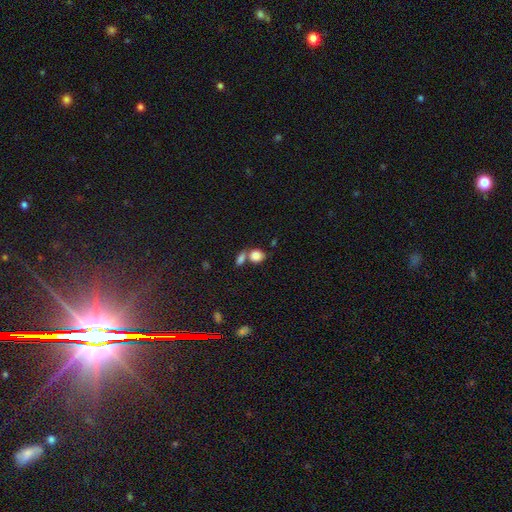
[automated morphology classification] Smooth or featured? Predicted: smooth (p=0.84). How rounded? Predicted: round (p=0.51). Merging? Predicted: none (p=0.43, tied with merger).